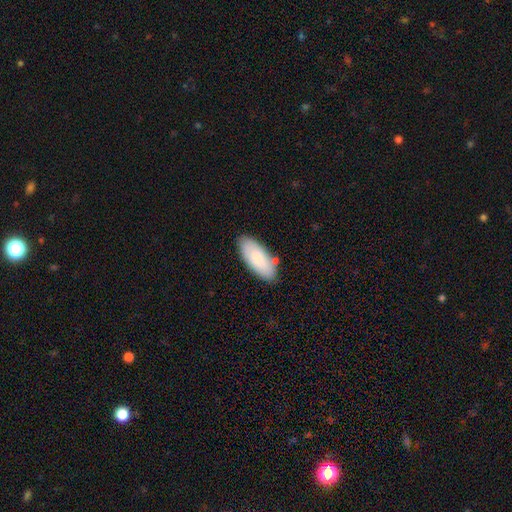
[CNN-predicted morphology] type=smooth (83%); roundness=in between (86%); merging=none (81%).